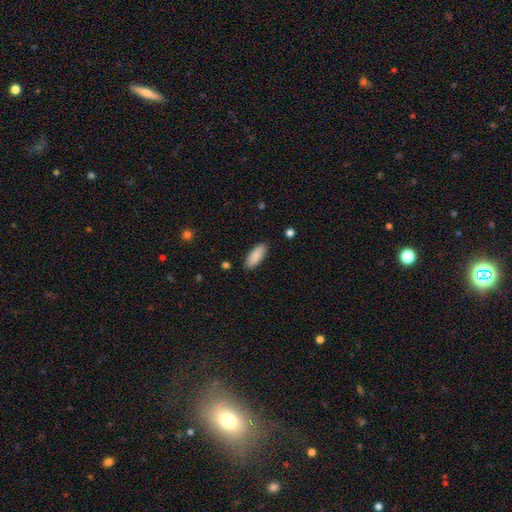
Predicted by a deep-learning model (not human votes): Overall: smooth (89%). How rounded: in between (80%). Merging: none (87%).